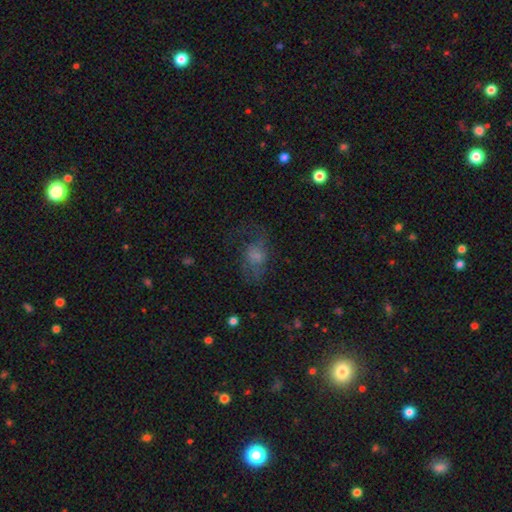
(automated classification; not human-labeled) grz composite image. It shows a smooth galaxy with no disk features (46%). Merging: none (45%).